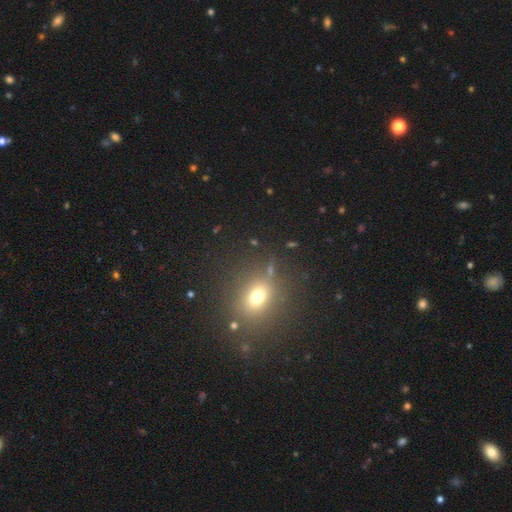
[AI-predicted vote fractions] Morphology: type=smooth (44%); merging=none (88%).